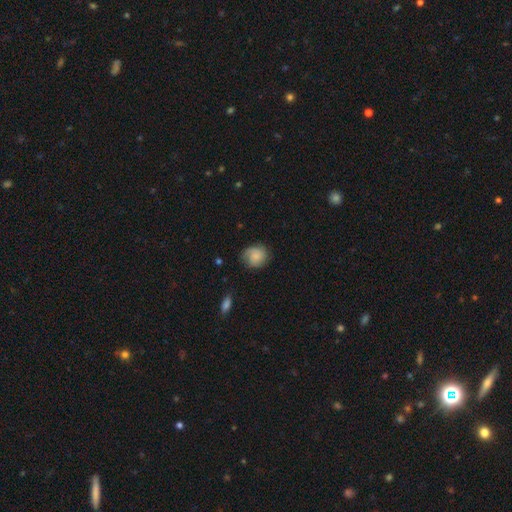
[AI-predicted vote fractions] smooth-or-featured: smooth: 67% | featured or disk: 24% | star or artifact: 8%
  how-rounded: round: 72% | in between: 27% | cigar-shaped: 1%
  merging: none: 68% | minor disturbance: 23% | major disturbance: 7% | merger: 1%